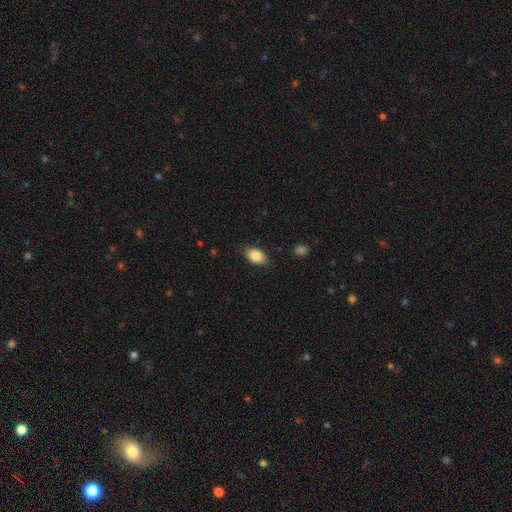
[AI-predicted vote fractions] Smooth or featured? Predicted: smooth (p=0.86). How rounded? Predicted: in between (p=0.90). Merging? Predicted: none (p=0.84).